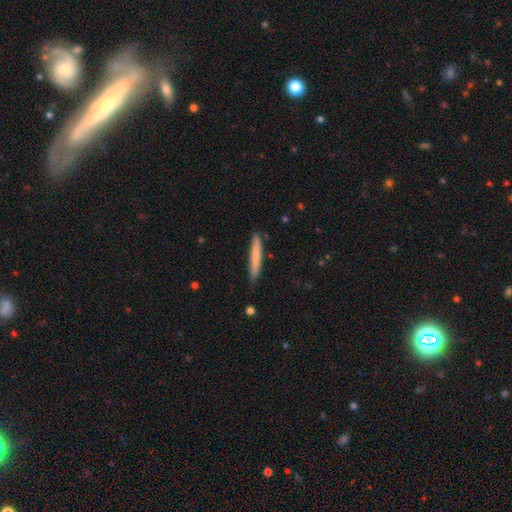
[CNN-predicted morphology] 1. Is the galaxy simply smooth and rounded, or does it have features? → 75% smooth, 19% featured or disk, 6% star or artifact.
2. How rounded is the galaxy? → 96% cigar-shaped, 3% in between, 1% round.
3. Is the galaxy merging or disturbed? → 88% none, 9% minor disturbance, 1% major disturbance, 1% merger.